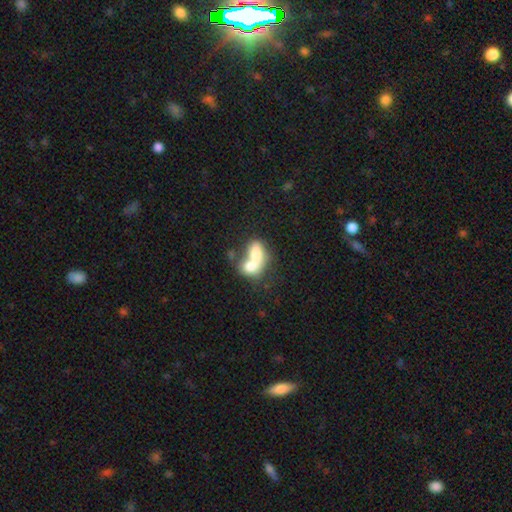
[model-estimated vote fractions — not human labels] Overall: smooth (69%). How rounded: in between (80%). Merging: merger (74%).